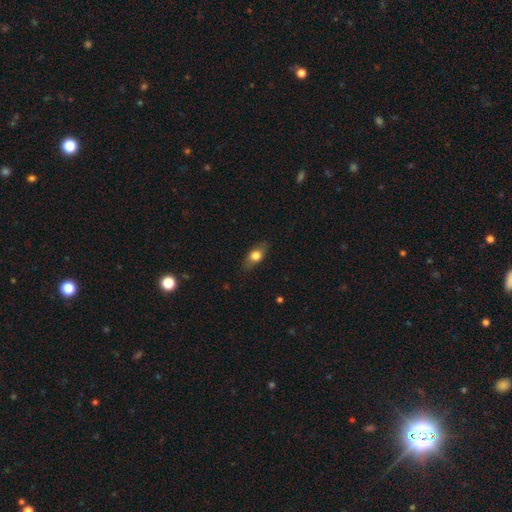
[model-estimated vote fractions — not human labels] Smooth or featured? smooth (72%)
How rounded? in between (78%)
Merging? none (81%)